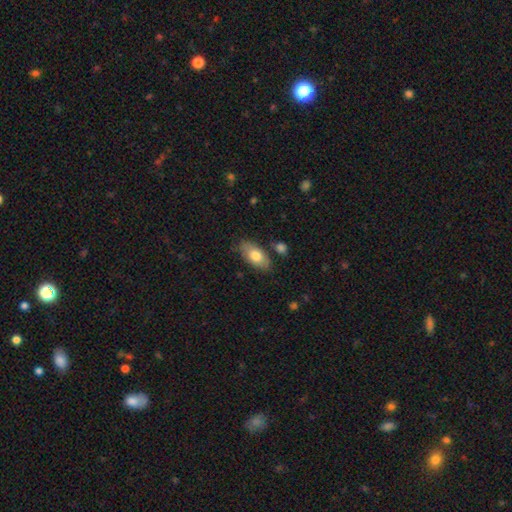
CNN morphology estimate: A smooth galaxy with no disk features (76%) that is in between round and cigar-shaped (92%). Merging: none (78%).